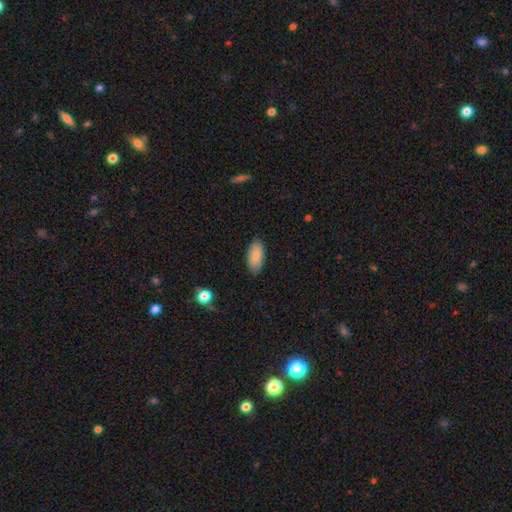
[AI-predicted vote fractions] This appears to be a smooth galaxy with no disk features (86%) that is in between round and cigar-shaped (91%). Merging: none (86%).